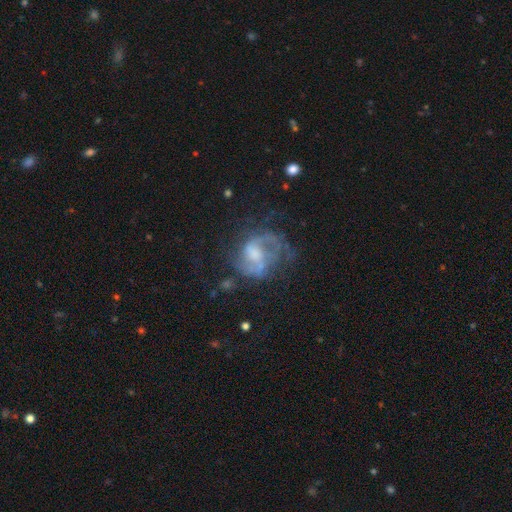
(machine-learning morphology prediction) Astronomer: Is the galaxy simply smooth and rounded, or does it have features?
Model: featured or disk — 75%.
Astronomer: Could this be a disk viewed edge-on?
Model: no — 98%.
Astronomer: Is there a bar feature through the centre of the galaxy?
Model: no — 49% (runner-up: weak, 41%).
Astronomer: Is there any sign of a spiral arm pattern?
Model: yes — 80%.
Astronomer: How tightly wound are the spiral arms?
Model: medium — 47% (runner-up: loose, 30%).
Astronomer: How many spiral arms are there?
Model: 2 — 64%.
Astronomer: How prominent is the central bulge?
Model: moderate — 42% (runner-up: small, 24%).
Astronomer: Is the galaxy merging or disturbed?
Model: none — 50%.